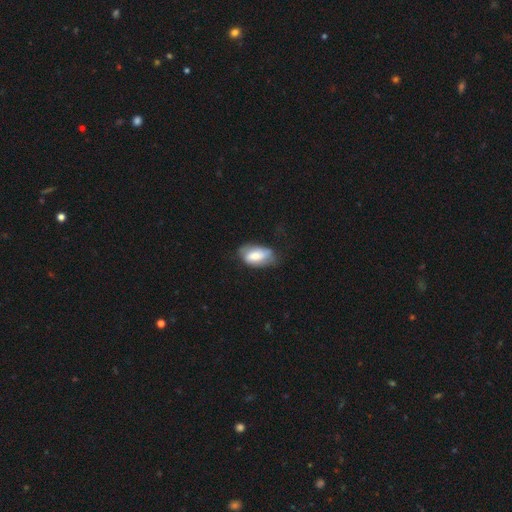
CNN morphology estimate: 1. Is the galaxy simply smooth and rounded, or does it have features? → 65% smooth, 28% featured or disk, 7% star or artifact.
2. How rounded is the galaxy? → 92% in between, 4% round, 3% cigar-shaped.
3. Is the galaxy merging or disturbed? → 49% none, 35% minor disturbance, 13% major disturbance, 2% merger.